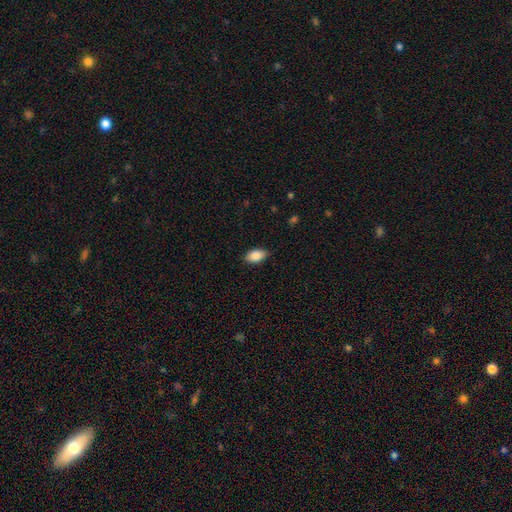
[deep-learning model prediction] smooth_or_featured: smooth (p=0.87) [alt: star or artifact p=0.07]
how_rounded: in between (p=0.92) [alt: round p=0.05]
merging: none (p=0.84) [alt: minor disturbance p=0.12]